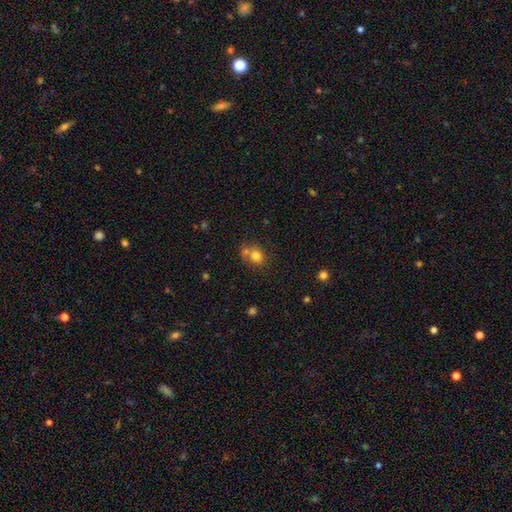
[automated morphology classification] Overall: smooth (78%). How rounded: round (73%). Merging: none (51%; merger 32%).